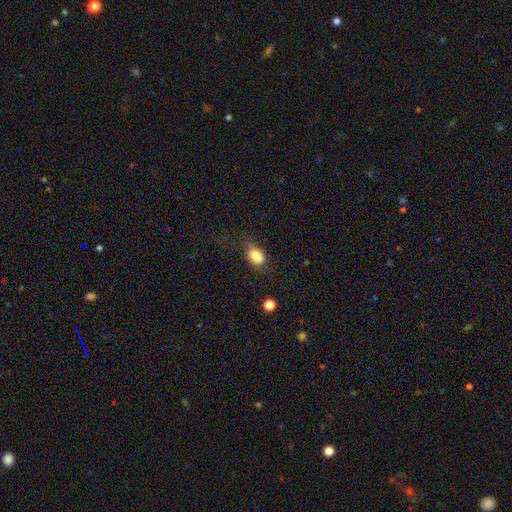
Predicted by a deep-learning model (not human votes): Smooth or featured? Predicted: smooth (p=0.78). How rounded? Predicted: in between (p=0.76). Merging? Predicted: none (p=0.44).